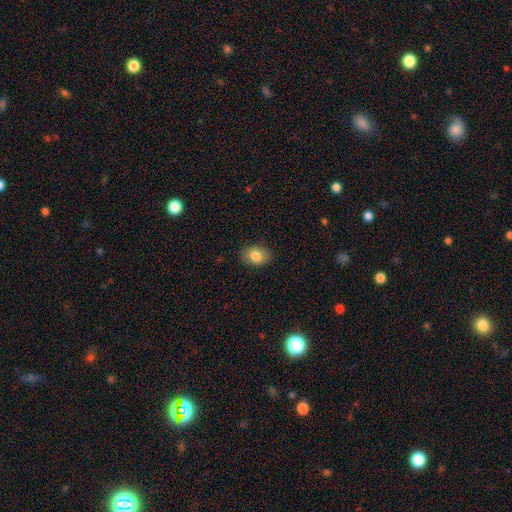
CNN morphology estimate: This is clearly a smooth galaxy (84%). How rounded: likely in between (76%). Merging: clearly none (86%).